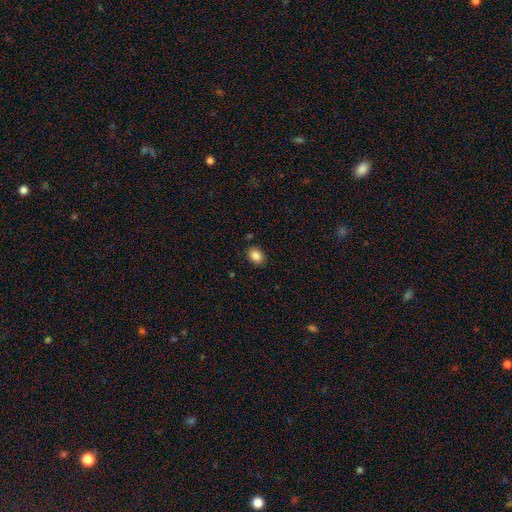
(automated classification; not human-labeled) smooth 87%, star or artifact 9%, featured or disk 4%. Down the decision tree: how rounded — in between (64%); merging — none (87%).